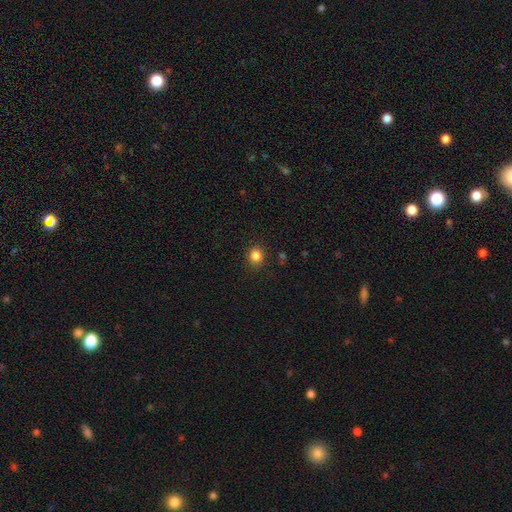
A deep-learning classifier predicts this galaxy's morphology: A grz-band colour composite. It shows a smooth galaxy with no disk features (84%) that is round (83%). Merging: none (90%).